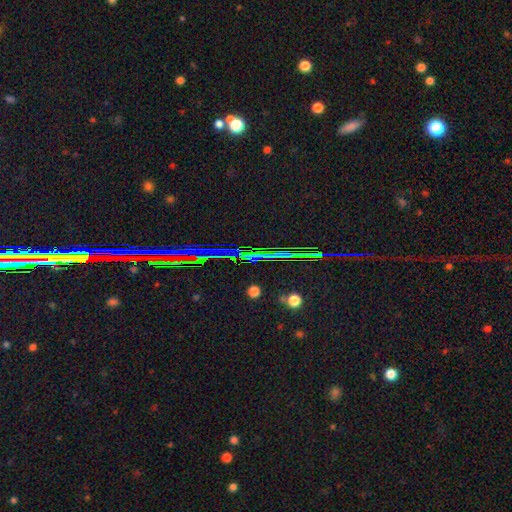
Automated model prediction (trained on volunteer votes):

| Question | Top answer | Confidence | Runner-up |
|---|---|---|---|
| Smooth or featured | star or artifact | 80% | featured or disk (10%) |